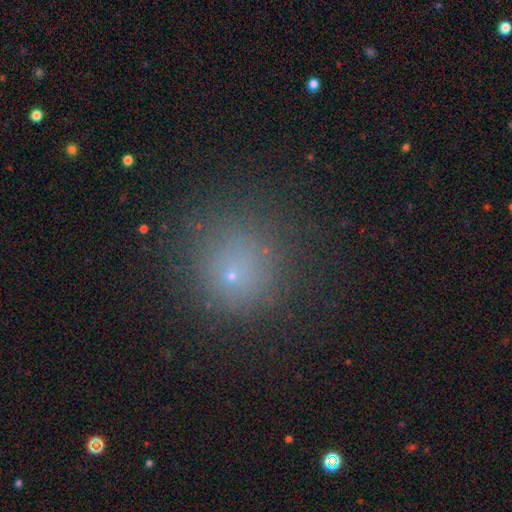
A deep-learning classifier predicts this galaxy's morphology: smooth 65%, star or artifact 26%, featured or disk 9%. Down the decision tree: how rounded — round (92%); merging — none (80%).